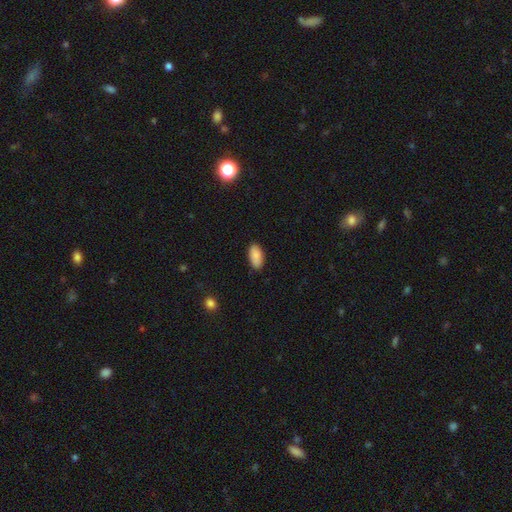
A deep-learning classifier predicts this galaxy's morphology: smooth 89%, star or artifact 7%, featured or disk 5%. Down the decision tree: how rounded — in between (93%); merging — none (87%).